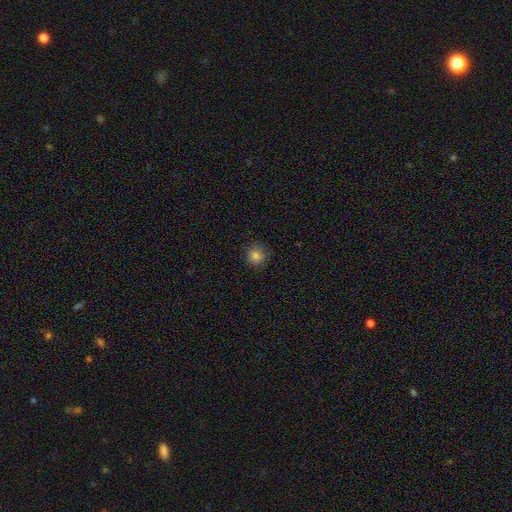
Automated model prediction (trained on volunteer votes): Smooth or featured?
  - smooth: 82% *
  - star or artifact: 12%
  - featured or disk: 6%
How rounded?
  - round: 89% *
  - in between: 10%
  - cigar-shaped: 1%
Merging?
  - none: 87% *
  - minor disturbance: 10%
  - major disturbance: 2%
  - merger: 1%